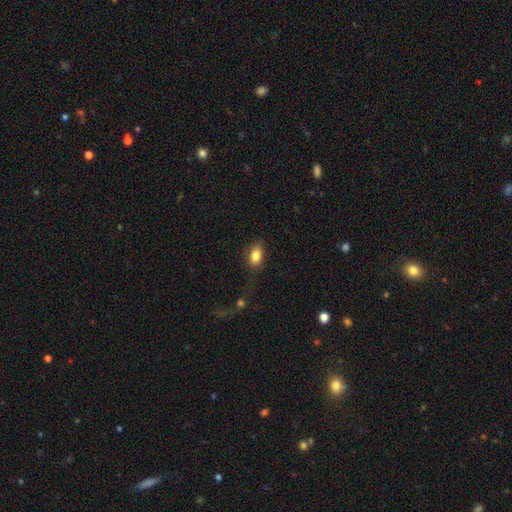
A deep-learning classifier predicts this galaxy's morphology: Q: Smooth or featured?
A: smooth (84%); runner-up: star or artifact (8%)
Q: How rounded?
A: in between (86%); runner-up: round (12%)
Q: Merging?
A: none (72%); runner-up: minor disturbance (15%)